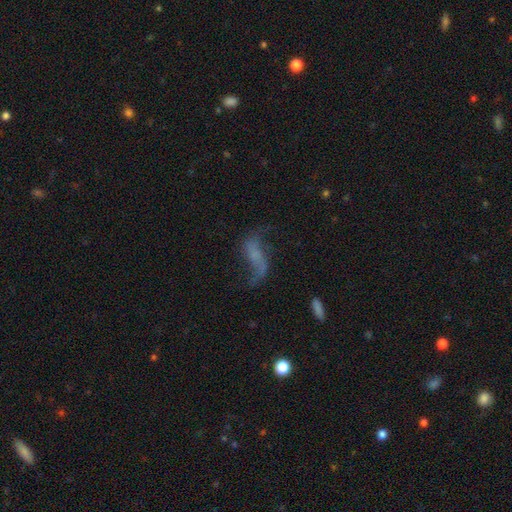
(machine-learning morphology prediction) The model was most divided on "merging": none: 48%, major disturbance: 28%, minor disturbance: 19%, merger: 5%. More confident: edge-on disk — no (92%); spiral arms — yes (80%); bulge size — none (66%); smooth or featured — featured or disk (64%); bar — no (53%).